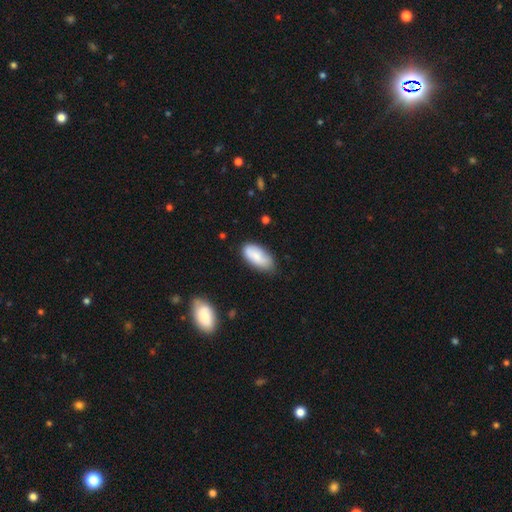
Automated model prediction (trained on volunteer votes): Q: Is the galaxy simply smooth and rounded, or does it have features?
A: smooth — 80%.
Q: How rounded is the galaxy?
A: in between — 91%.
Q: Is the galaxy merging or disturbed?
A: none — 69%.